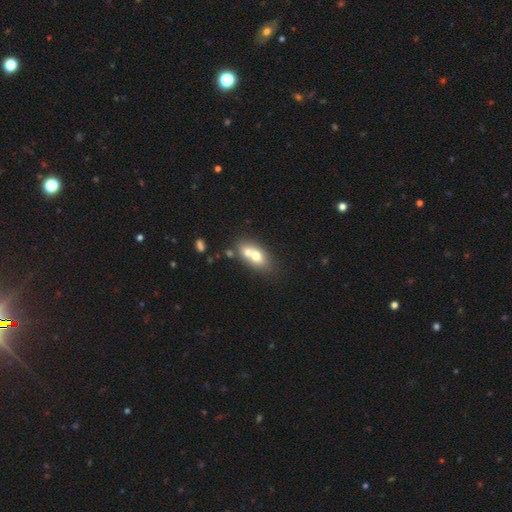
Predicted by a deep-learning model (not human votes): Smooth or featured? smooth (64%)
How rounded? in between (75%)
Merging? merger (59%)